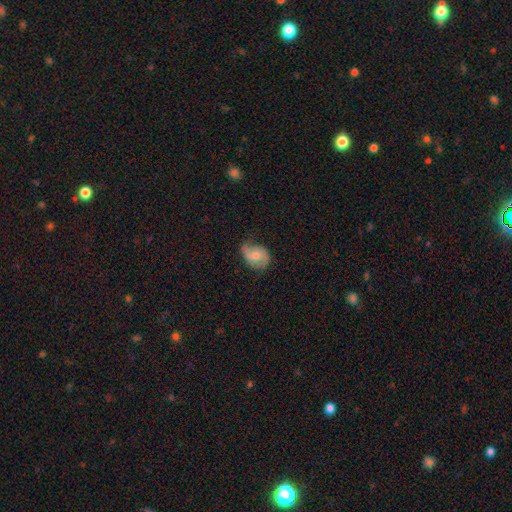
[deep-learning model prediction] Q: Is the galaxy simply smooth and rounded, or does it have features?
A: featured or disk — 67%.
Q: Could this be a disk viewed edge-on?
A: no — 97%.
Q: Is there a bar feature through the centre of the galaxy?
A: no — 55%.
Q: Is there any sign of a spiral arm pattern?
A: yes — 89%.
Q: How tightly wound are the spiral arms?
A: medium — 41%.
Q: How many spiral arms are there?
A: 2 — 80%.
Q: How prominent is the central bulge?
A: moderate — 60%.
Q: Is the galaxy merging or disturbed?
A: none — 60%.